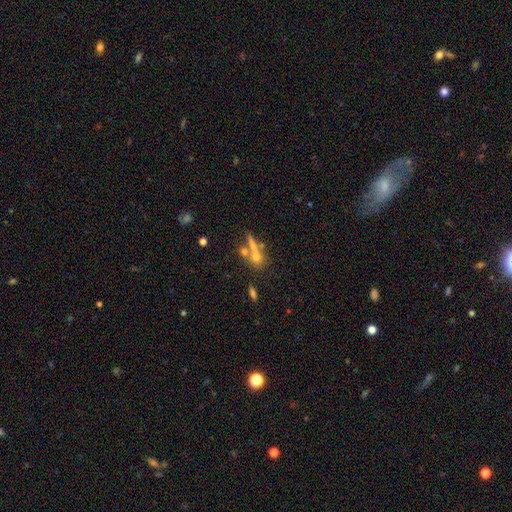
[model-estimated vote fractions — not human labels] smooth_or_featured: smooth (p=0.53) [alt: featured or disk p=0.28]
how_rounded: round (p=0.38) [alt: in between p=0.34]
merging: none (p=0.46) [alt: merger p=0.38]